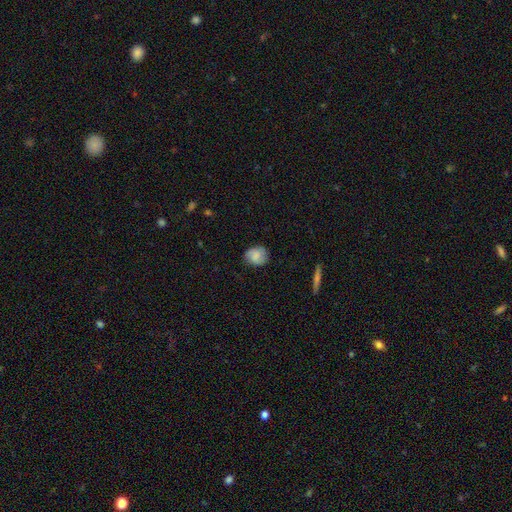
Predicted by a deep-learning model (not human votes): Smooth or featured? Predicted: smooth (p=0.71). How rounded? Predicted: round (p=0.66). Merging? Predicted: none (p=0.74).